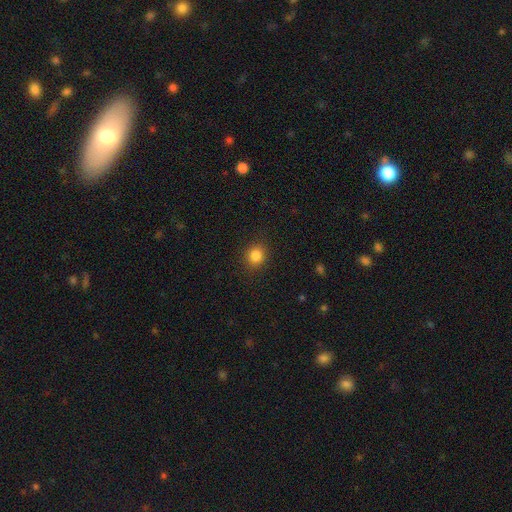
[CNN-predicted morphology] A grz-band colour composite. It shows a smooth galaxy with no disk features (84%) that is round (81%). Merging: none (90%).